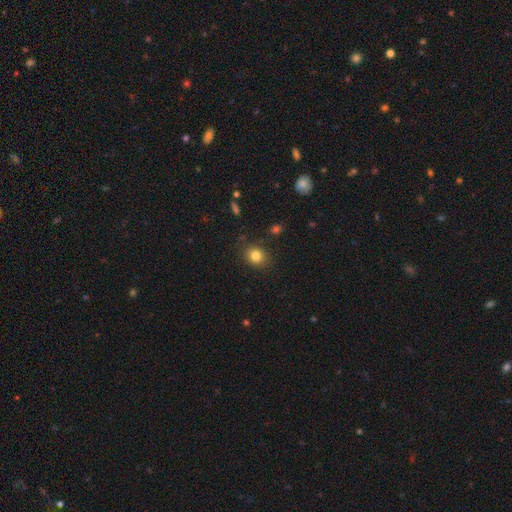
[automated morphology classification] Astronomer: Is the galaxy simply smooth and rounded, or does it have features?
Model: smooth — 82%.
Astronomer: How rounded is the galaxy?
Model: round — 71%.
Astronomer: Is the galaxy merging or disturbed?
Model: none — 85%.